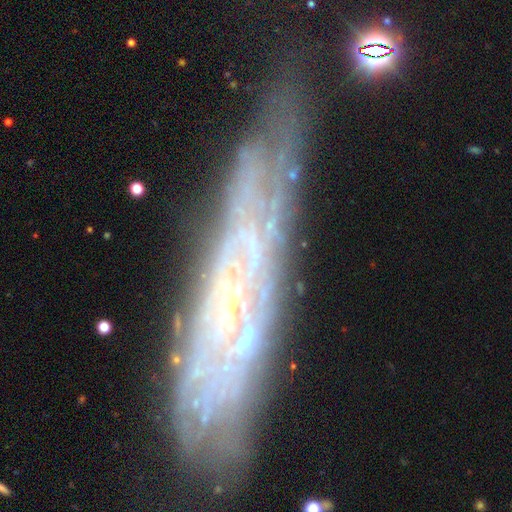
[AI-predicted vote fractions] The model was most divided on "edge-on disk": no: 59%, yes: 41%. More confident: smooth or featured — featured or disk (77%); merging — none (67%).